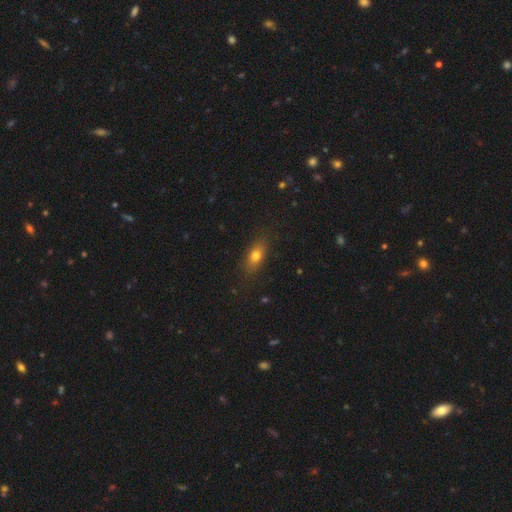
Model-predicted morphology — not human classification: Smooth or featured: smooth — 74% (featured or disk — 16%)
How rounded: in between — 76% (cigar-shaped — 14%)
Merging: none — 83% (minor disturbance — 13%)